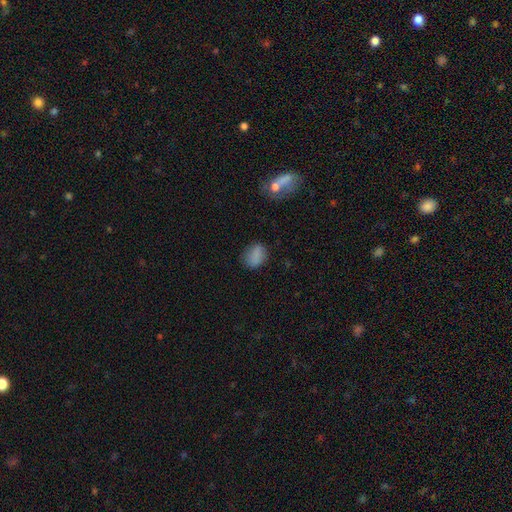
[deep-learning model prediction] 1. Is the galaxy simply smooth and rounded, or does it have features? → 83% smooth, 11% star or artifact, 6% featured or disk.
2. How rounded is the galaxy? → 67% in between, 31% round, 2% cigar-shaped.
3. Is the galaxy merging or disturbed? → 78% none, 16% minor disturbance, 4% major disturbance, 2% merger.